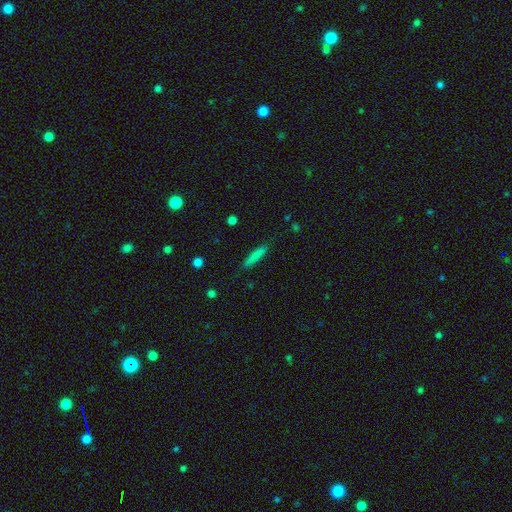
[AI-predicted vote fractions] smooth 81%, featured or disk 11%, star or artifact 7%. Down the decision tree: how rounded — cigar-shaped (88%); merging — none (86%).